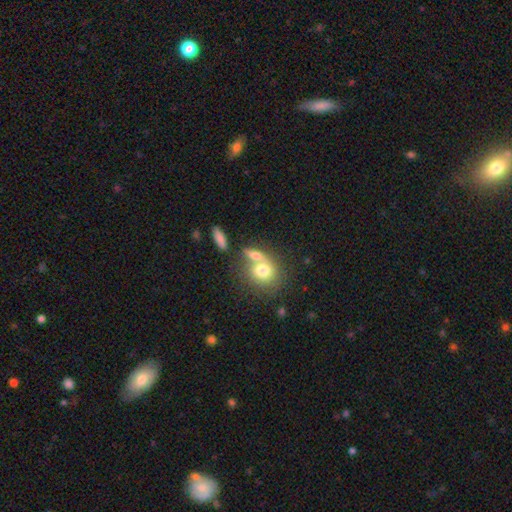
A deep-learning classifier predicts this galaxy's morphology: The model was most divided on "merging": merger: 48%, none: 37%, minor disturbance: 9%, major disturbance: 5%. More confident: smooth or featured — smooth (72%); how rounded — round (58%).